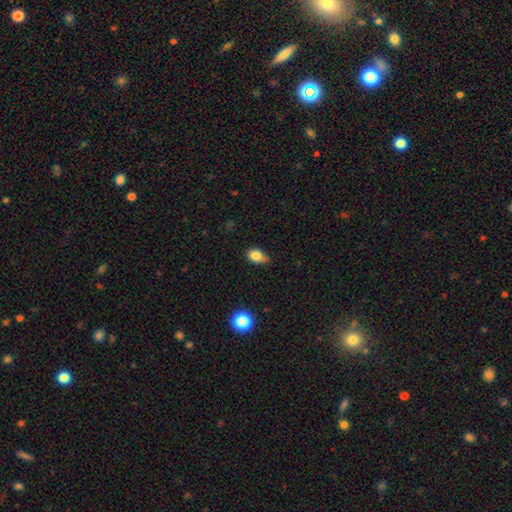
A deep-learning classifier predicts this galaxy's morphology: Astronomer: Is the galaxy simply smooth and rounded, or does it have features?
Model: smooth — 81%.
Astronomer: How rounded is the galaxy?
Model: in between — 71%.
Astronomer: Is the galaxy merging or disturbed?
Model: none — 52% (runner-up: minor disturbance, 39%).